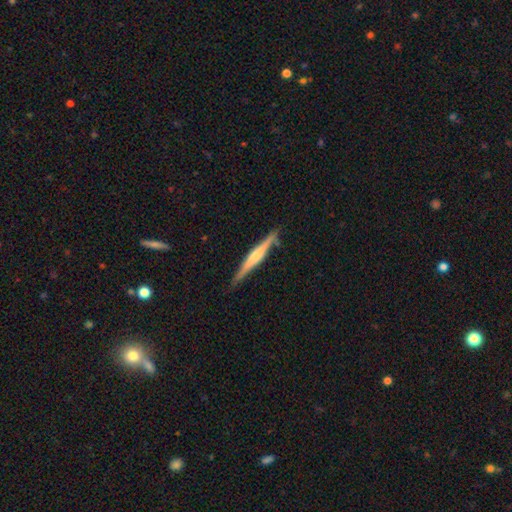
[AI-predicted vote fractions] smooth-or-featured: featured or disk: 63% | smooth: 32% | star or artifact: 5%
  disk-edge-on: yes: 97% | no: 3%
    edge-on-bulge: rounded: 55% | none: 24% | boxy: 21%
  merging: none: 83% | minor disturbance: 13% | major disturbance: 2% | merger: 2%